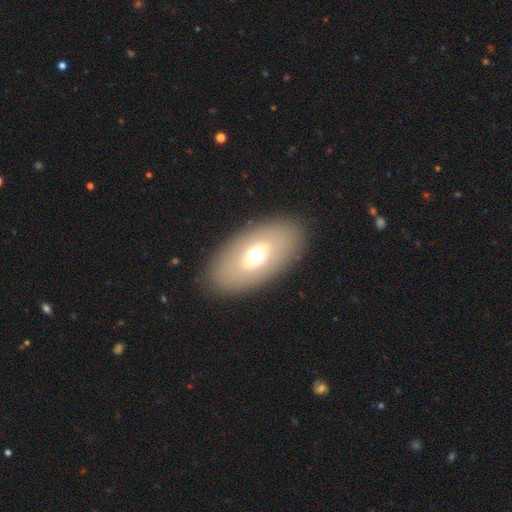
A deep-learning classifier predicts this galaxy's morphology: Smooth or featured? Predicted: smooth (p=0.58). How rounded? Predicted: in between (p=0.90). Merging? Predicted: none (p=0.86).